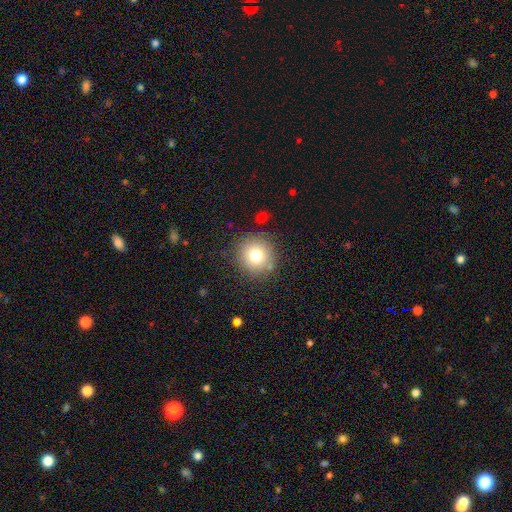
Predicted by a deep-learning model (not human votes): Smooth or featured? smooth (75%)
How rounded? round (94%)
Merging? none (85%)